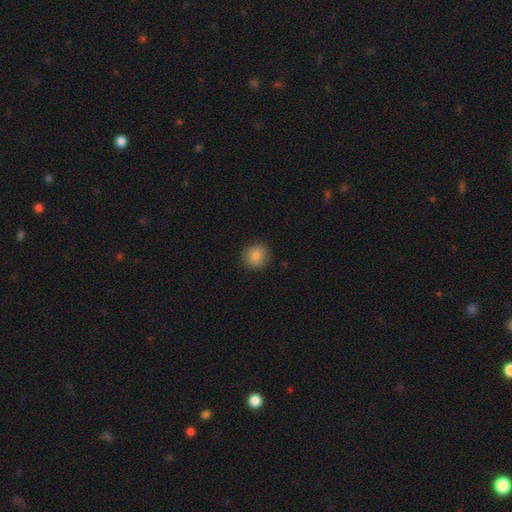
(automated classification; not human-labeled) Smooth or featured? Predicted: smooth (p=0.83). How rounded? Predicted: round (p=0.86). Merging? Predicted: none (p=0.88).